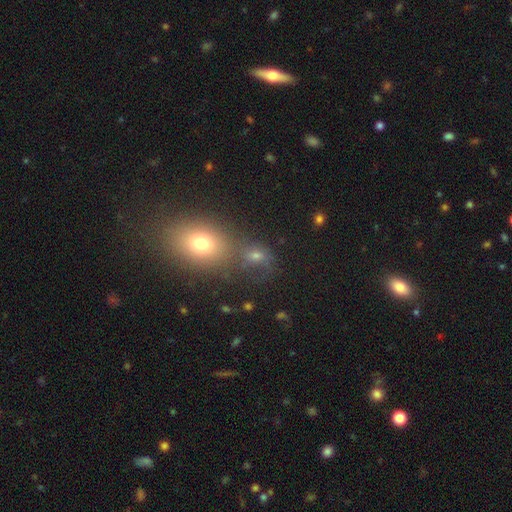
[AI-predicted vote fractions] A smooth galaxy with no disk features (58%) that is in between round and cigar-shaped (52%). Merging: none (46%).